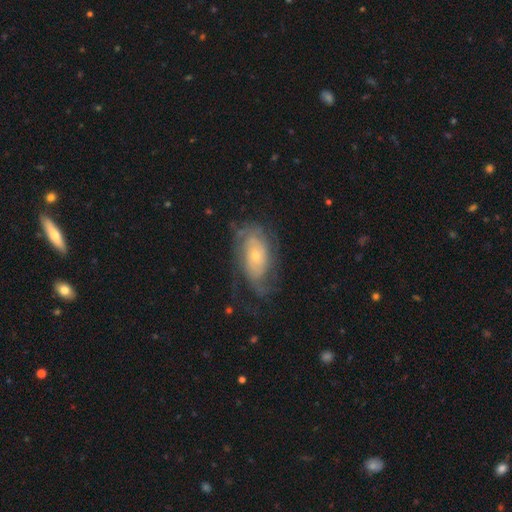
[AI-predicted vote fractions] This is likely a featured or disk galaxy (75%). It is clearly not viewed edge-on (94%). Bar: likely no (77%). Spiral arm pattern: clearly yes (86%). Spiral arm count: possibly can't tell (48%). Spiral winding: possibly tight (55%). Central bulge: likely small (65%). Merging: possibly none (59%).